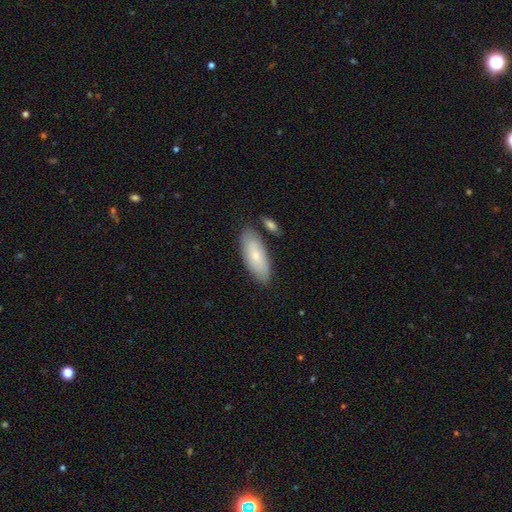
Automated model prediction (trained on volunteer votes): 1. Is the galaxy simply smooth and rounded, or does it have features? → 70% smooth, 24% featured or disk, 6% star or artifact.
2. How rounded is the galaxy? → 82% in between, 16% cigar-shaped, 2% round.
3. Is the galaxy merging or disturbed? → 74% none, 15% minor disturbance, 7% merger, 3% major disturbance.